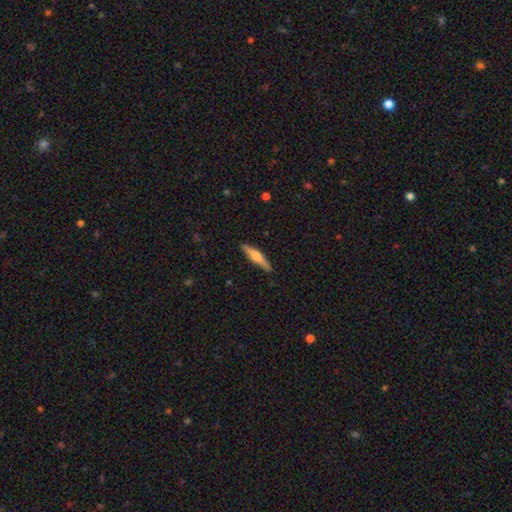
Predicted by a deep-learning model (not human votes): Overall: featured or disk (56%; smooth 38%). Edge-on disk: yes (97%). Edge-on bulge: rounded (86%). Merging: none (88%).